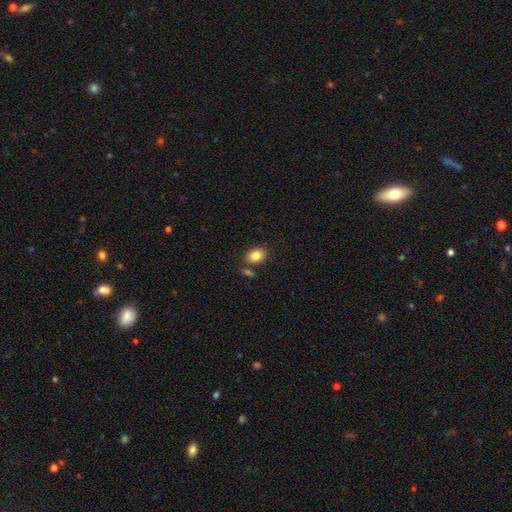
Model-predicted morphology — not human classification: smooth-or-featured: smooth: 84% | star or artifact: 9% | featured or disk: 7%
  how-rounded: in between: 68% | round: 31% | cigar-shaped: 1%
  merging: none: 73% | minor disturbance: 12% | merger: 11% | major disturbance: 3%